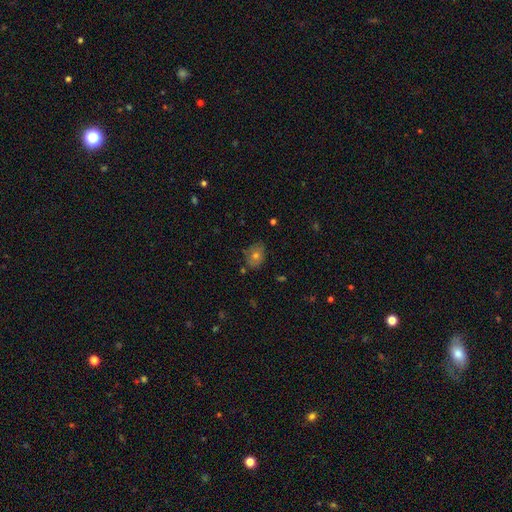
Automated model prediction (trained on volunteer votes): This appears to be a smooth galaxy with no disk features (63%) that is in between round and cigar-shaped (60%). Merging: none (76%).